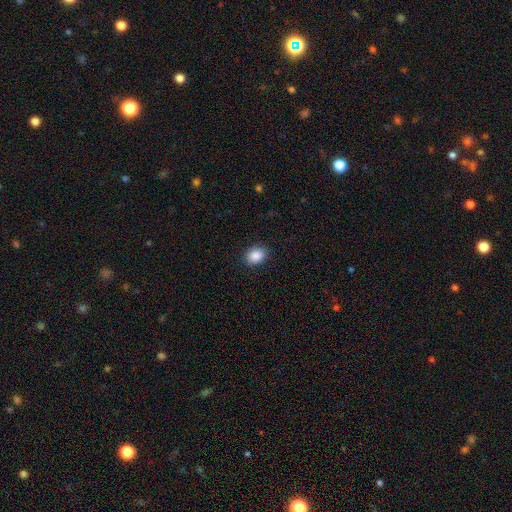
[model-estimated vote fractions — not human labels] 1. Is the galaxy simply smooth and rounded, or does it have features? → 88% smooth, 8% star or artifact, 4% featured or disk.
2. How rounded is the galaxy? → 59% in between, 40% round, 1% cigar-shaped.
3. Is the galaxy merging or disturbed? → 89% none, 8% minor disturbance, 2% major disturbance, 1% merger.